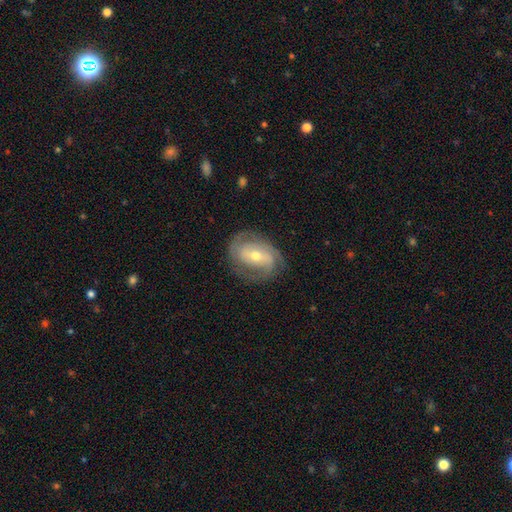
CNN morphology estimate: type=featured or disk (81%); edge-on=no (96%); bar=weak (39%); spiral arms=yes (93%); winding=tight (45%); arm count=2 (58%); bulge=moderate (54%); merging=none (76%).